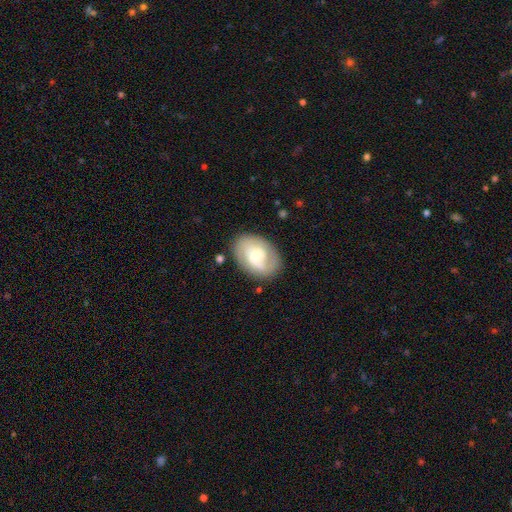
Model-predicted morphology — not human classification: Smooth or featured? featured or disk (57%)
Edge-on disk? no (96%)
Bar? no (52%)
Spiral arms? yes (72%)
Bulge size? moderate (55%)
Merging? none (76%)